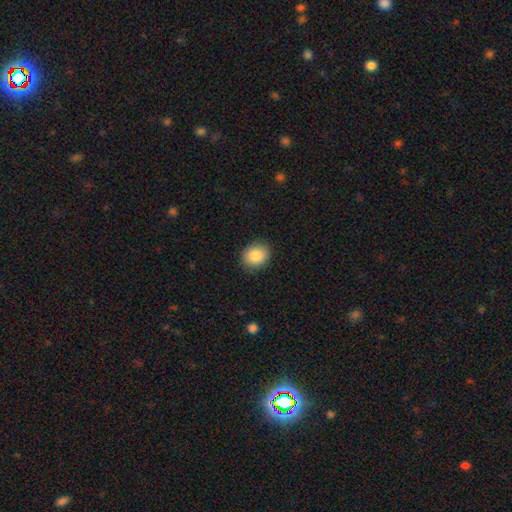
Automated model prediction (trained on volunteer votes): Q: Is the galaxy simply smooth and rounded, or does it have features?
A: smooth — 86%.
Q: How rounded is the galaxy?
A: round — 60%.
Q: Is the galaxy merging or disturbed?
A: none — 89%.